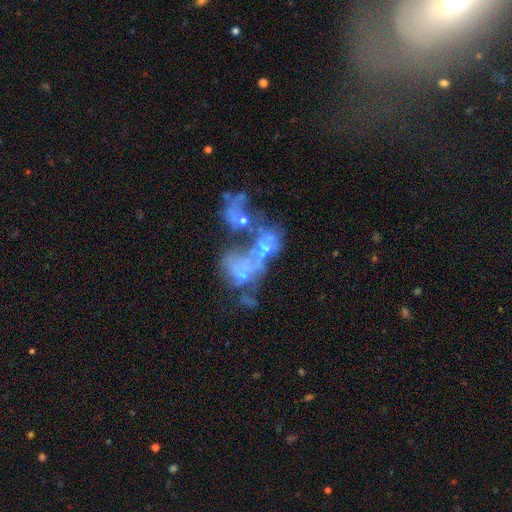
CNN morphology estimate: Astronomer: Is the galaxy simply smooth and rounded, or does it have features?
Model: featured or disk — 58%.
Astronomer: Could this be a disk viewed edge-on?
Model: no — 96%.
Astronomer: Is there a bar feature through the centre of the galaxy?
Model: no — 84%.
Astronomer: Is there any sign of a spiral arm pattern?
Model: no — 73%.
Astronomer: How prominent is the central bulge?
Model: none — 41% (runner-up: small, 33%).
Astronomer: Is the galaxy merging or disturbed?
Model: merger — 66%.